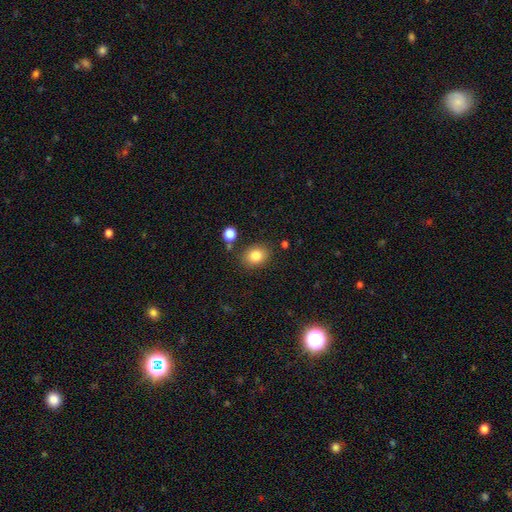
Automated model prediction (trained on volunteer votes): This appears to be a smooth galaxy with no disk features (83%) that is in between round and cigar-shaped (55%). Merging: none (81%).